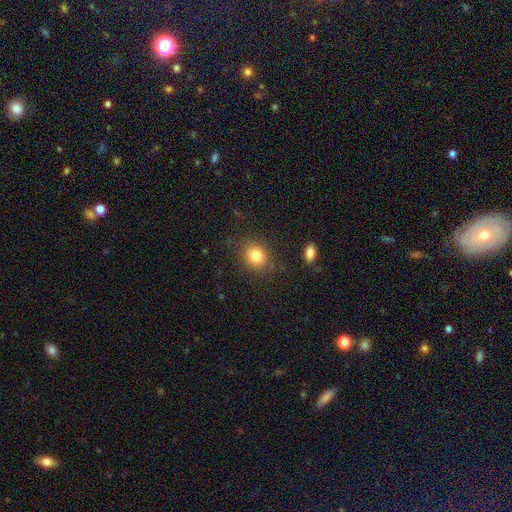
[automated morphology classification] Smooth or featured? smooth (82%)
How rounded? round (65%)
Merging? none (84%)